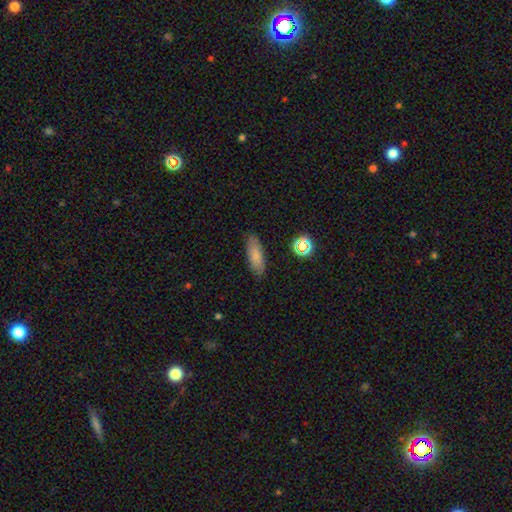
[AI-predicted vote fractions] A smooth galaxy with no disk features (80%) that is in between round and cigar-shaped (66%).

Vote fractions:
- Smooth or featured? smooth: 80% / featured or disk: 10% / star or artifact: 10%
- How rounded? in between: 66% / cigar-shaped: 31% / round: 3%
- Merging? none: 85% / minor disturbance: 11% / major disturbance: 3% / merger: 2%